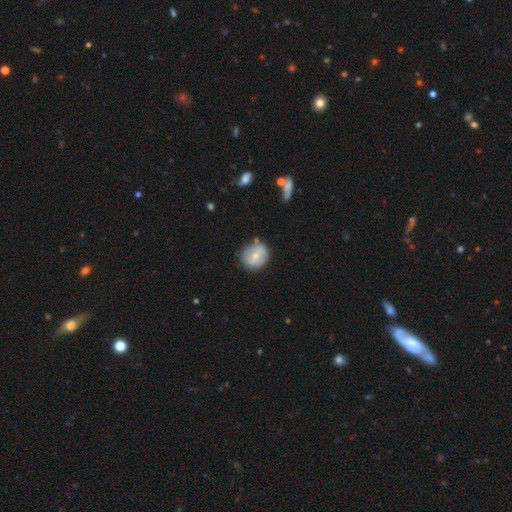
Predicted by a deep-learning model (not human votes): smooth-or-featured: smooth: 64% | featured or disk: 29% | star or artifact: 7%
  how-rounded: round: 78% | in between: 21% | cigar-shaped: 1%
  merging: none: 72% | minor disturbance: 19% | merger: 4% | major disturbance: 4%